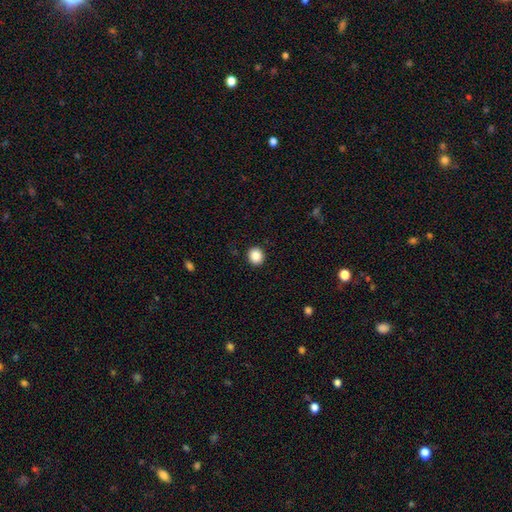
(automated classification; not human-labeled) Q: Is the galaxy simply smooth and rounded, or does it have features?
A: smooth — 88%.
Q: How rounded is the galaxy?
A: round — 87%.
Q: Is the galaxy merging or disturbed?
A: none — 92%.